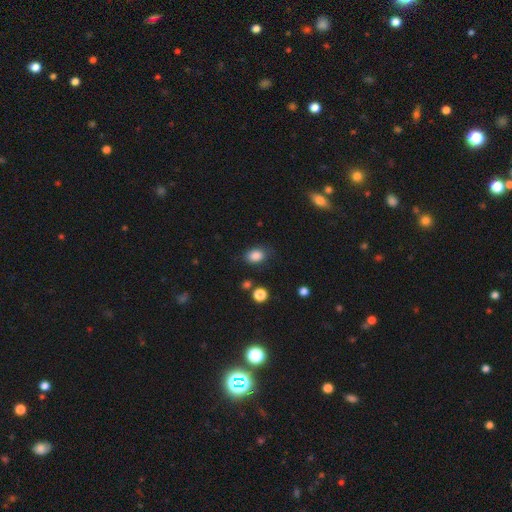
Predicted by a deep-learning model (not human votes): Smooth or featured? Predicted: smooth (p=0.85). How rounded? Predicted: in between (p=0.70). Merging? Predicted: none (p=0.79).